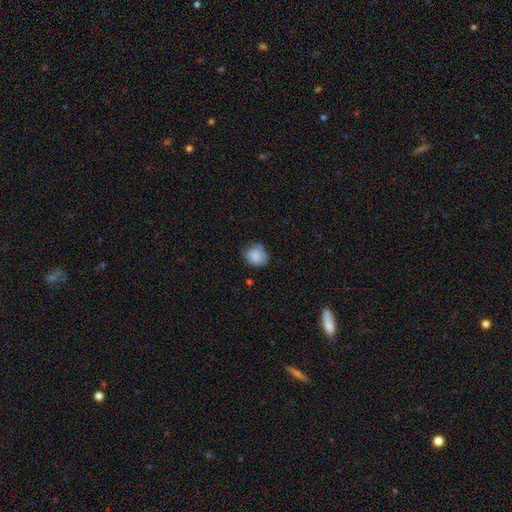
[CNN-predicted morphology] Smooth or featured? smooth (78%)
How rounded? round (65%)
Merging? none (60%)